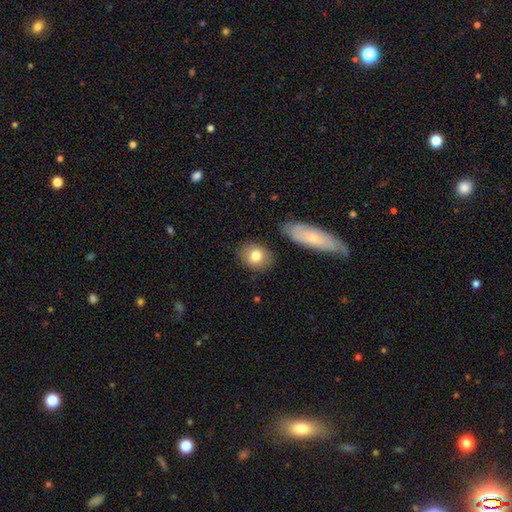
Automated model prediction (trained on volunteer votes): Smooth or featured? Predicted: smooth (p=0.81). How rounded? Predicted: round (p=0.55). Merging? Predicted: none (p=0.80).